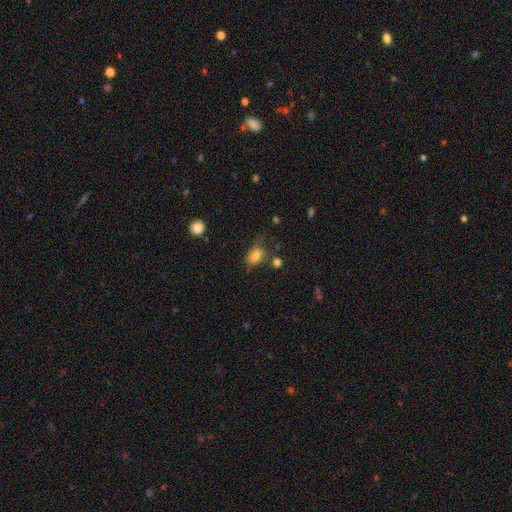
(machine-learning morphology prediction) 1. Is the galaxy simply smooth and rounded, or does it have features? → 74% smooth, 16% featured or disk, 10% star or artifact.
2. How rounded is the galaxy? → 68% in between, 30% round, 1% cigar-shaped.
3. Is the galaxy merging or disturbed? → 46% none, 30% minor disturbance, 17% major disturbance, 7% merger.